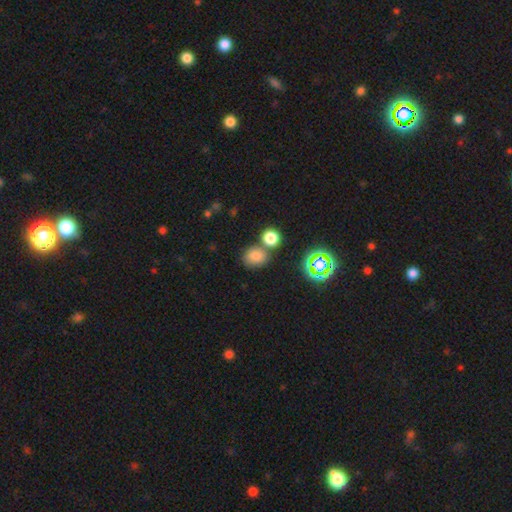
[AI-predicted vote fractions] The model was most divided on "how rounded": round: 57%, in between: 42%, cigar-shaped: 1%. More confident: smooth or featured — smooth (75%); merging — none (60%).